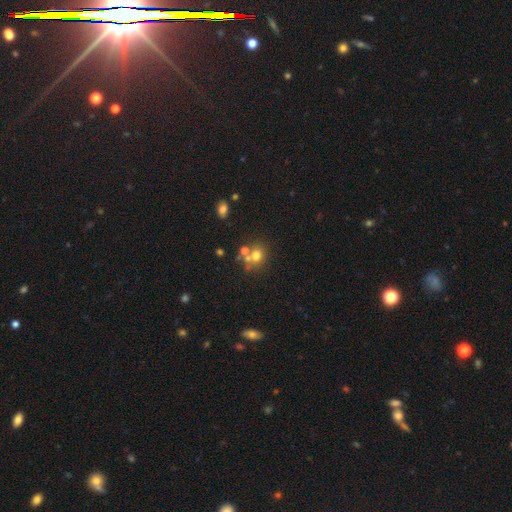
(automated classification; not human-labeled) Smooth or featured?
  - smooth: 66% *
  - featured or disk: 17%
  - star or artifact: 17%
How rounded?
  - round: 77% *
  - in between: 22%
  - cigar-shaped: 1%
Merging?
  - none: 51% *
  - merger: 34%
  - minor disturbance: 10%
  - major disturbance: 5%